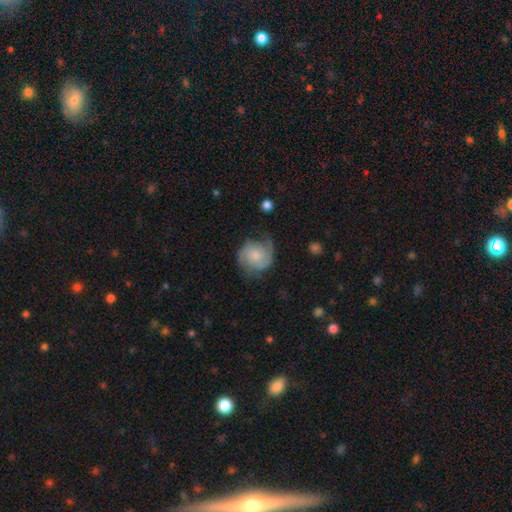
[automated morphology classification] featured or disk 69%, smooth 25%, star or artifact 6%. Down the decision tree: edge-on disk — no (98%); bar — no (70%); spiral arms — yes (94%); spiral arm count — 2 (71%); spiral winding — tight (42%); bulge size — small (36%); merging — none (59%).